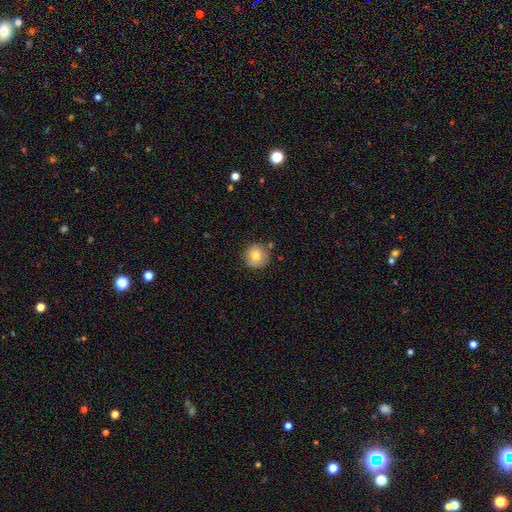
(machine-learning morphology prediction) type=smooth (78%); roundness=round (94%); merging=none (80%).